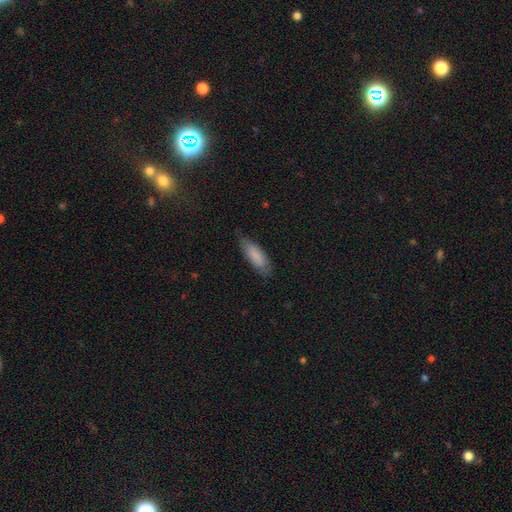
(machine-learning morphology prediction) Smooth or featured: smooth — 83% (featured or disk — 11%)
How rounded: in between — 61% (cigar-shaped — 38%)
Merging: none — 73% (minor disturbance — 22%)